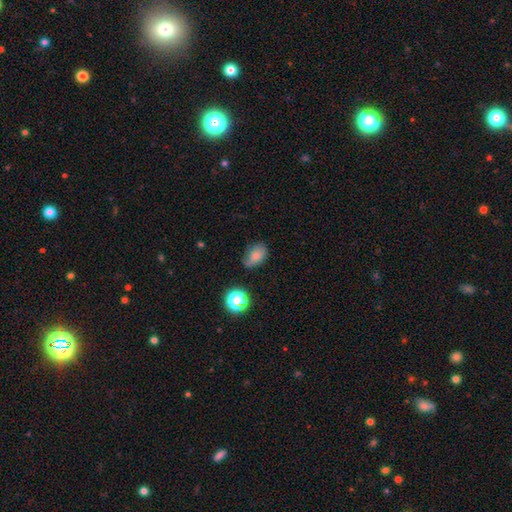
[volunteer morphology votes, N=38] Smooth or featured?
  - smooth: 74% *
  - featured or disk: 16%
  - star or artifact: 11%
How rounded?
  - in between: 71% *
  - round: 25%
  - cigar-shaped: 4%
Merging?
  - none: 59% *
  - minor disturbance: 29%
  - major disturbance: 6%
  - merger: 6%